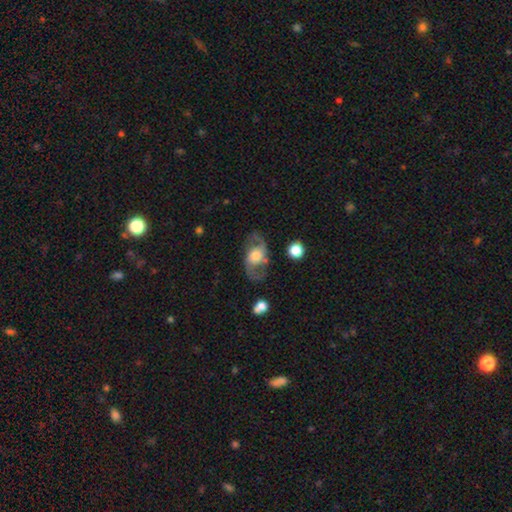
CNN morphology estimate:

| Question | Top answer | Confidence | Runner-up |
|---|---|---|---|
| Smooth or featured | featured or disk | 74% | smooth (20%) |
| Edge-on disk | no | 95% | yes (5%) |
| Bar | no | 66% | weak (27%) |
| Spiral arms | yes | 85% | no (15%) |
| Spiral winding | loose | 50% | medium (40%) |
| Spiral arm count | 2 | 91% | can't tell (4%) |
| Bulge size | moderate | 49% | large (31%) |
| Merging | none | 68% | minor disturbance (16%) |